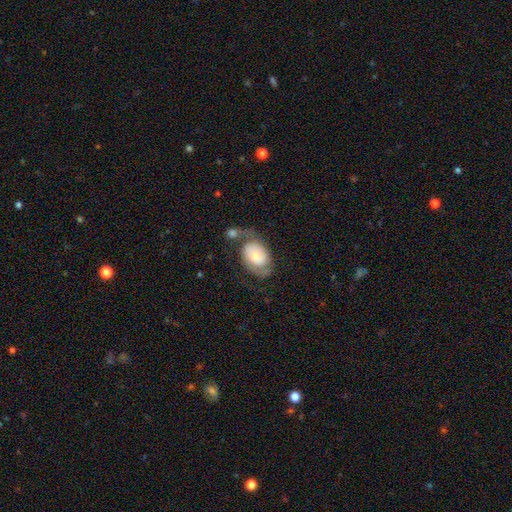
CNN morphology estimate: type=featured or disk (50%); edge-on=no (95%); merging=none (36%).